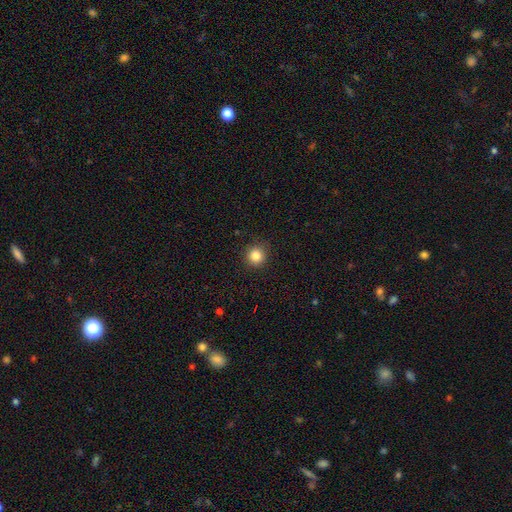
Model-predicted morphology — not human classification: The model was most divided on "smooth or featured": smooth: 84%, star or artifact: 11%, featured or disk: 4%. More confident: how rounded — round (94%); merging — none (90%).